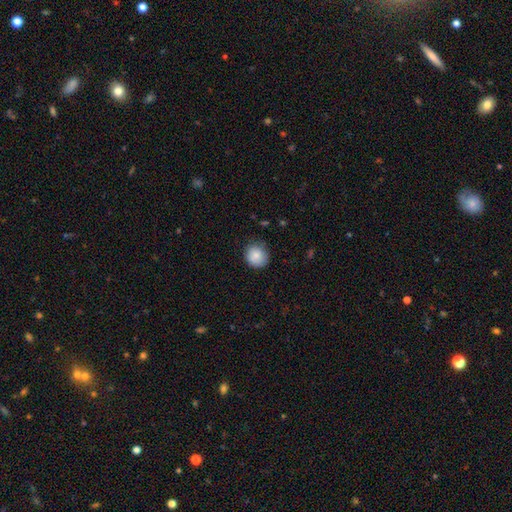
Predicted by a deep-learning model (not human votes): Overall: smooth (85%). How rounded: round (87%). Merging: none (78%).